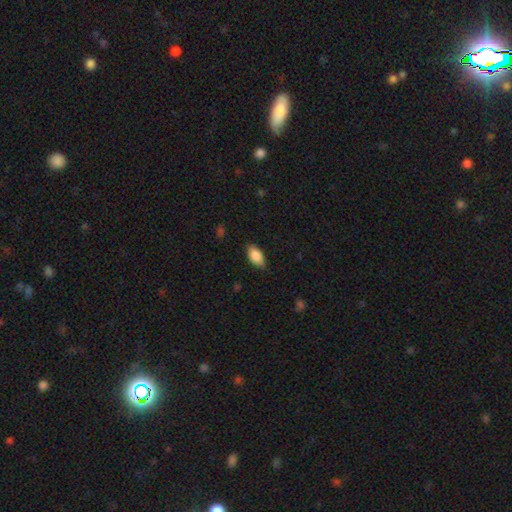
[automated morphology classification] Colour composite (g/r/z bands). It shows a smooth galaxy with no disk features (86%) that is in between round and cigar-shaped (92%). Merging: none (84%).